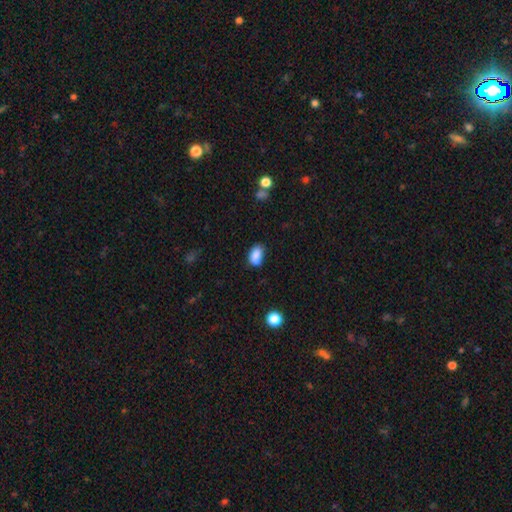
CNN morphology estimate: Smooth or featured: smooth — 84% (star or artifact — 9%)
How rounded: in between — 88% (round — 10%)
Merging: none — 56% (minor disturbance — 30%)